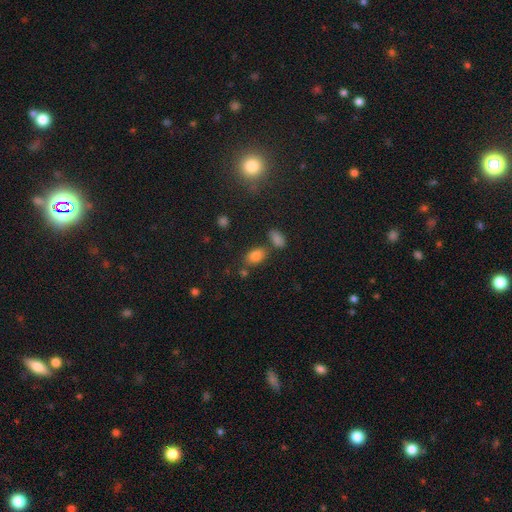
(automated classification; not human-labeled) This is clearly a smooth galaxy (81%). How rounded: clearly in between (85%). Merging: likely none (66%).